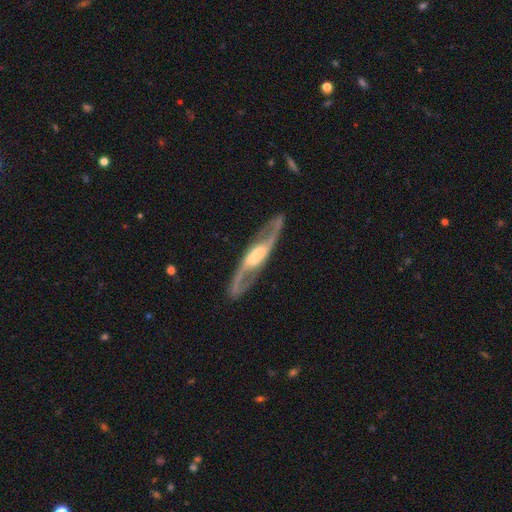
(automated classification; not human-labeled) Smooth or featured? Predicted: featured or disk (p=0.89). Edge-on disk? Predicted: no (p=0.79). Bar? Predicted: weak (p=0.38). Spiral arms? Predicted: yes (p=0.95). Spiral winding? Predicted: medium (p=0.52). Spiral arm count? Predicted: 2 (p=0.93). Bulge size? Predicted: moderate (p=0.42). Merging? Predicted: none (p=0.85).